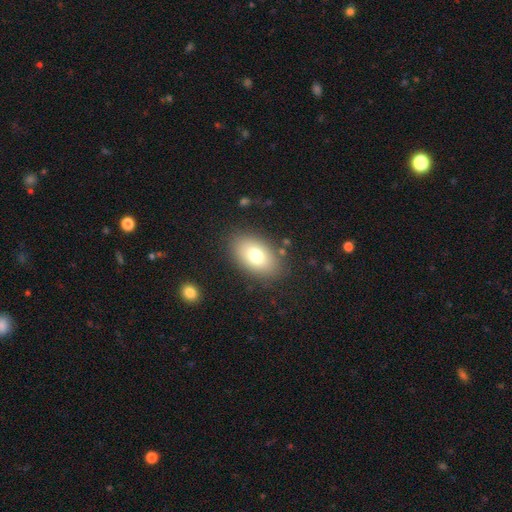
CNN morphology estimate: This is likely a smooth galaxy (76%). How rounded: clearly in between (89%). Merging: clearly none (84%).